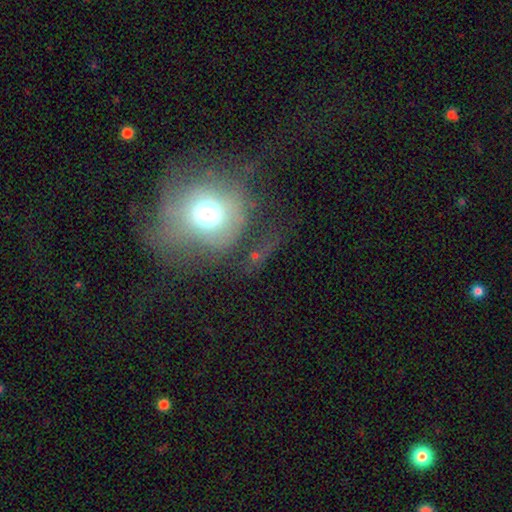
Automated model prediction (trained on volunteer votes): Smooth or featured: smooth — 54% (featured or disk — 27%)
How rounded: round — 76% (in between — 21%)
Merging: none — 43% (major disturbance — 32%)